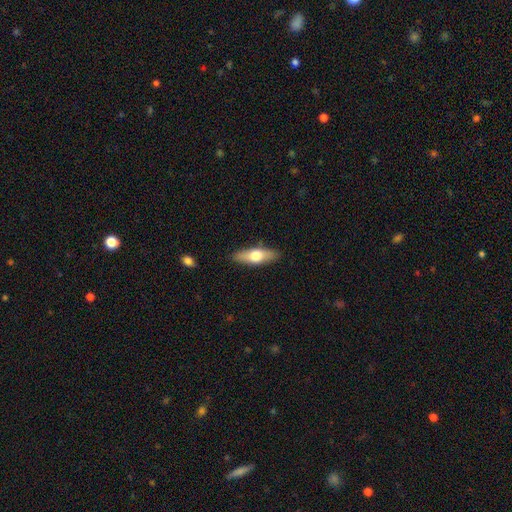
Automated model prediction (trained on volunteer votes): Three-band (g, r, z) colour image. It shows a smooth galaxy with no disk features (57%) that is in between round and cigar-shaped (50%). Merging: none (88%).